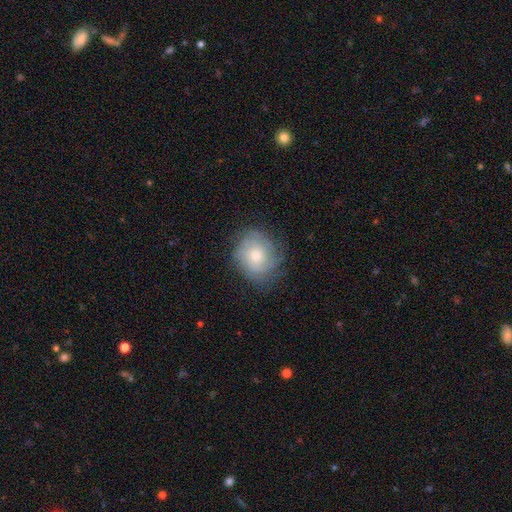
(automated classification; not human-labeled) smooth-or-featured: featured or disk: 68% | smooth: 24% | star or artifact: 9%
  disk-edge-on: no: 97% | yes: 3%
    bar: no: 79% | weak: 18% | strong: 3%
    has-spiral-arms: yes: 91% | no: 9%
      spiral-winding: tight: 70% | medium: 24% | loose: 6%
      spiral-arm-count: can't tell: 43% | 3: 20% | 2: 15% | 4: 11% | more than 4: 6% | 1: 5%
    bulge-size: moderate: 57% | small: 36% | large: 4% | none: 2% | dominant: 1%
  merging: none: 77% | minor disturbance: 16% | major disturbance: 6% | merger: 1%